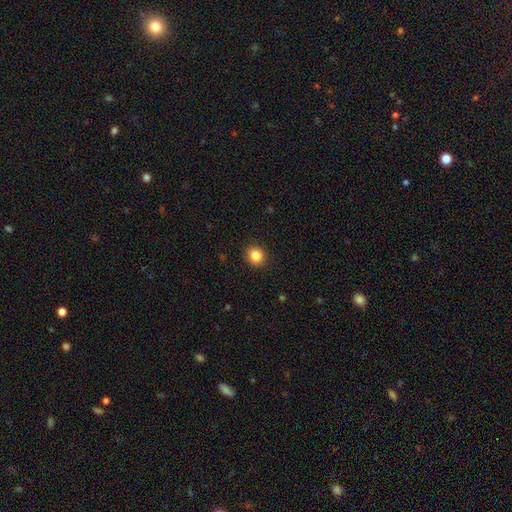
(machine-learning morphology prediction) type=smooth (83%); roundness=round (83%); merging=none (91%).